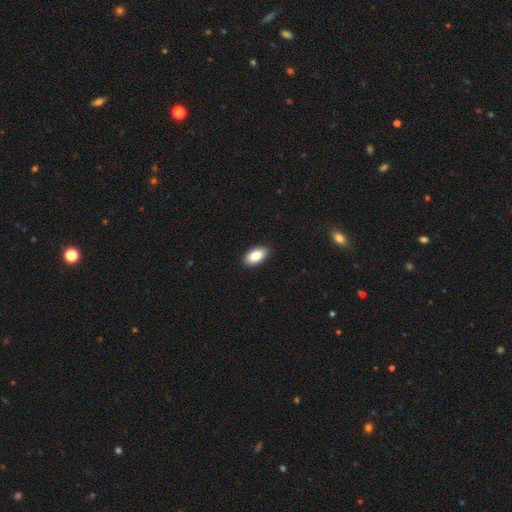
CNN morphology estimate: A smooth galaxy with no disk features (85%) that is in between round and cigar-shaped (94%).

Vote fractions:
- Smooth or featured? smooth: 85% / featured or disk: 8% / star or artifact: 7%
- How rounded? in between: 94% / round: 4% / cigar-shaped: 2%
- Merging? none: 90% / minor disturbance: 7% / major disturbance: 2% / merger: 1%